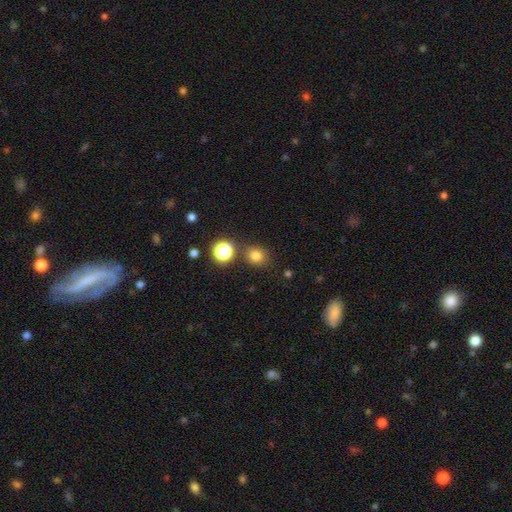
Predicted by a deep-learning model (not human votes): Q: Smooth or featured?
A: smooth (77%); runner-up: star or artifact (17%)
Q: How rounded?
A: round (82%); runner-up: in between (17%)
Q: Merging?
A: none (82%); runner-up: minor disturbance (9%)